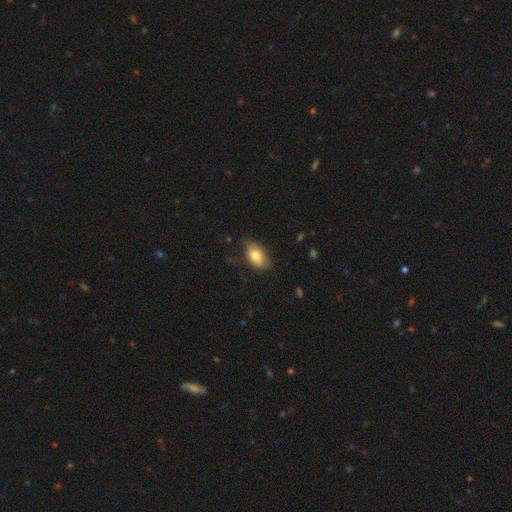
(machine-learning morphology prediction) smooth 79%, featured or disk 14%, star or artifact 7%. Down the decision tree: how rounded — in between (91%); merging — none (70%).